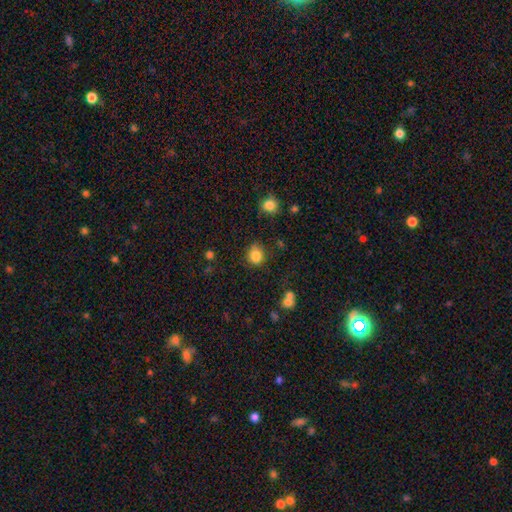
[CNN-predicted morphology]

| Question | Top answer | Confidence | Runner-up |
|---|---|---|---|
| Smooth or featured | smooth | 84% | star or artifact (11%) |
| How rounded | round | 73% | in between (26%) |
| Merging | none | 73% | minor disturbance (19%) |